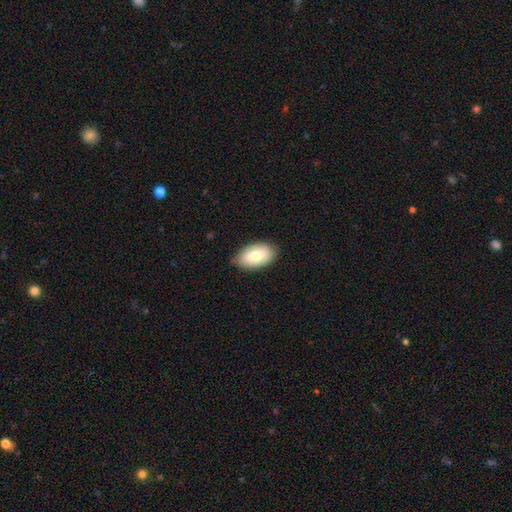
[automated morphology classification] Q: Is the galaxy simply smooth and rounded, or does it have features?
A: smooth — 76%.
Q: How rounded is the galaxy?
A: in between — 94%.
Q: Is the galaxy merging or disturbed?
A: none — 83%.